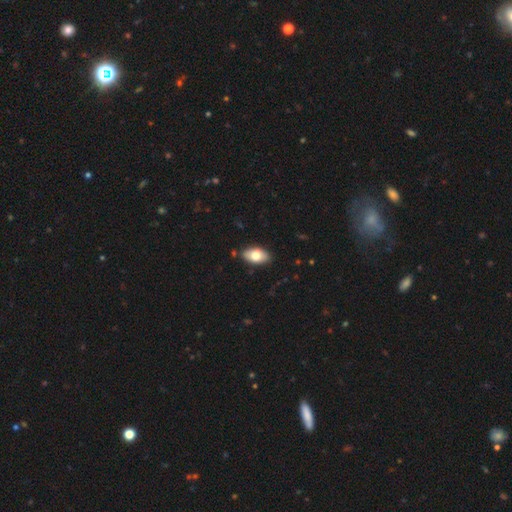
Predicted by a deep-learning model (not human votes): smooth 77%, featured or disk 17%, star or artifact 7%. Down the decision tree: how rounded — in between (93%); merging — none (86%).